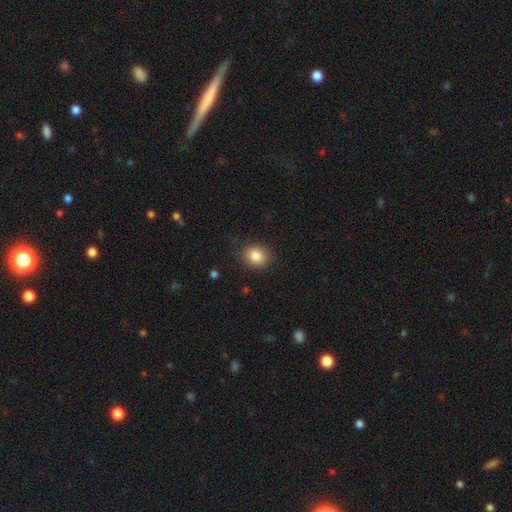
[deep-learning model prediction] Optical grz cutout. It shows a smooth galaxy with no disk features (84%) that is round (70%). Merging: none (87%).